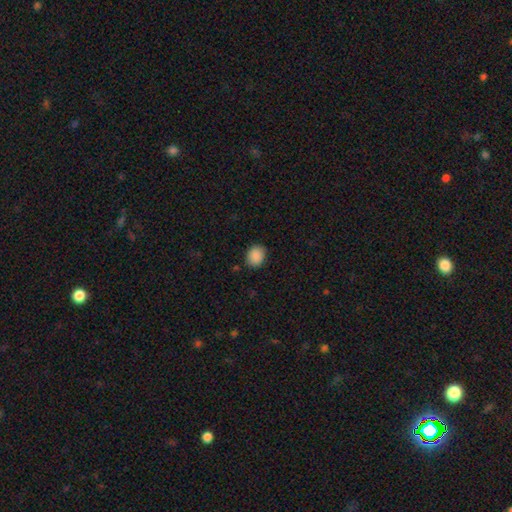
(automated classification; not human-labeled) Smooth or featured? Predicted: smooth (p=0.89). How rounded? Predicted: round (p=0.57). Merging? Predicted: none (p=0.86).